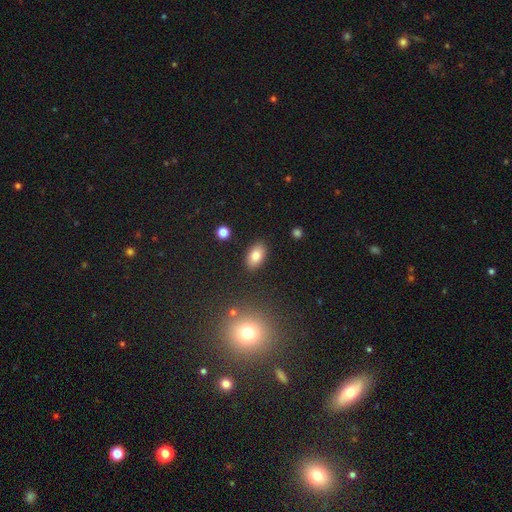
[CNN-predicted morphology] smooth-or-featured: smooth: 81% | featured or disk: 9% | star or artifact: 9%
  how-rounded: in between: 92% | round: 6% | cigar-shaped: 2%
  merging: none: 87% | minor disturbance: 9% | major disturbance: 2% | merger: 2%